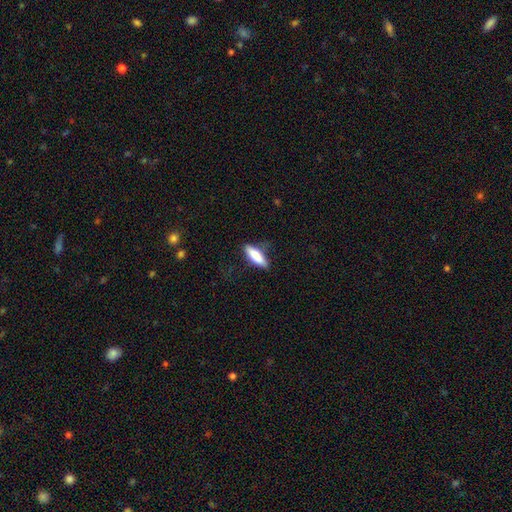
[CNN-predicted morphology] smooth_or_featured: smooth (p=0.81) [alt: featured or disk p=0.13]
how_rounded: cigar-shaped (p=0.54) [alt: in between p=0.44]
merging: none (p=0.75) [alt: minor disturbance p=0.18]